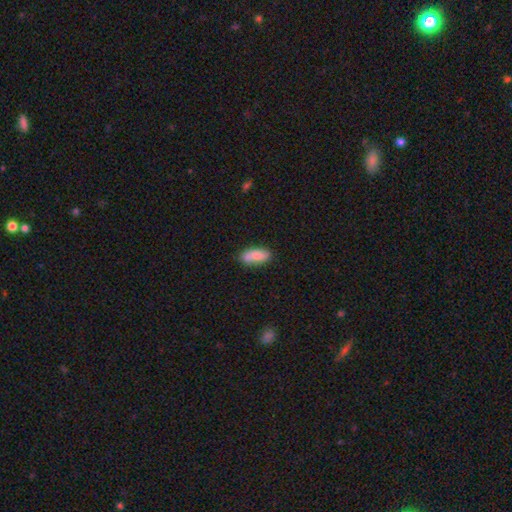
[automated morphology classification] A smooth galaxy with no disk features (78%) that is in between round and cigar-shaped (79%). Merging: none (70%).